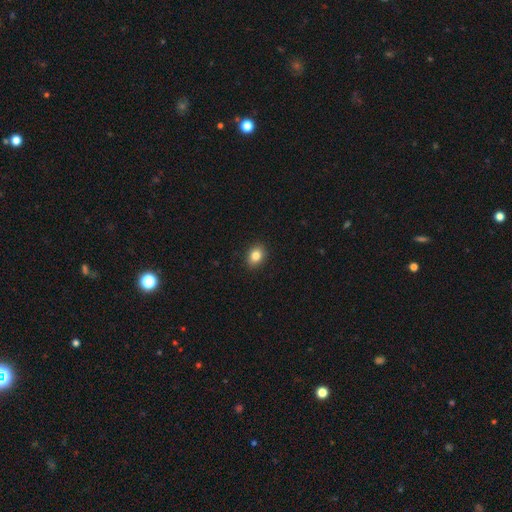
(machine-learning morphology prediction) A smooth galaxy with no disk features (84%) that is in between round and cigar-shaped (61%). Merging: none (90%).